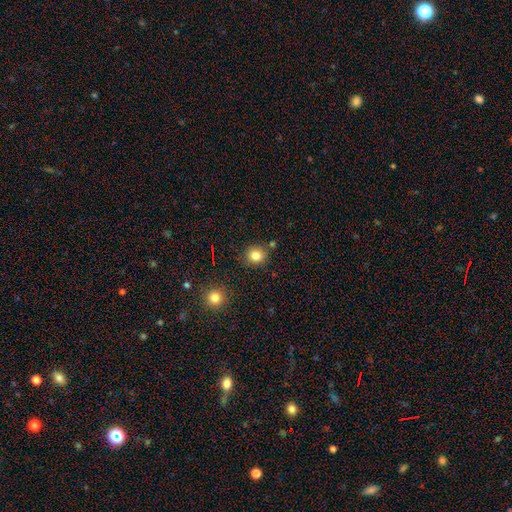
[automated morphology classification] smooth-or-featured: smooth: 83% | star or artifact: 11% | featured or disk: 6%
  how-rounded: round: 83% | in between: 16% | cigar-shaped: 1%
  merging: none: 81% | minor disturbance: 11% | merger: 6% | major disturbance: 3%